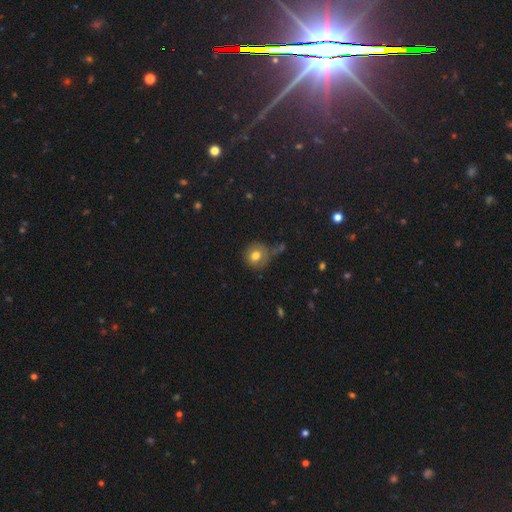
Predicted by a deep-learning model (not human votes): This is likely a smooth galaxy (75%). How rounded: clearly round (87%). Merging: likely none (64%).